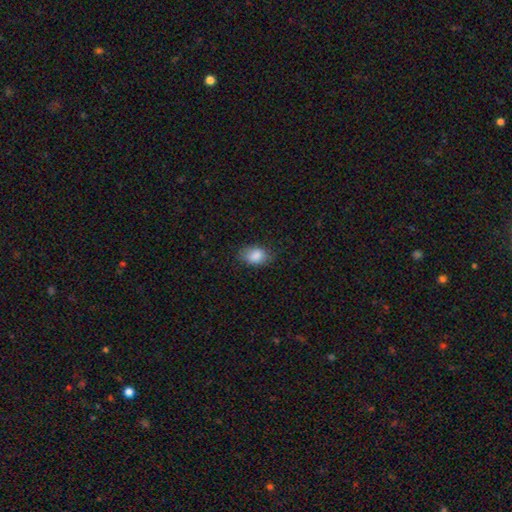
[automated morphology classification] smooth 86%, star or artifact 8%, featured or disk 6%. Down the decision tree: how rounded — in between (84%); merging — none (75%).